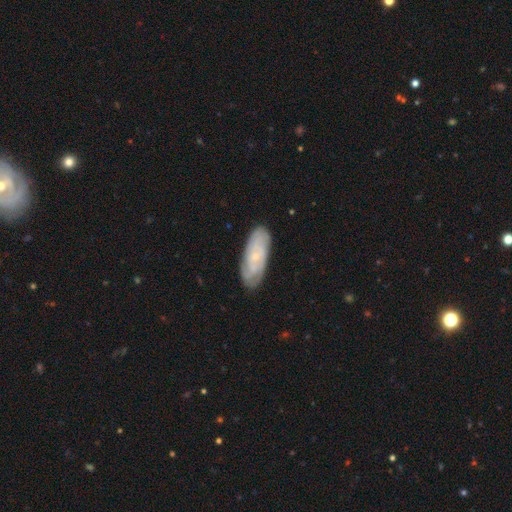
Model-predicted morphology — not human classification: A featured or disk galaxy (62%) with no bar (73%), spiral arms (85%) and a small central bulge (79%).

Vote fractions:
- Smooth or featured? featured or disk: 62% / smooth: 31% / star or artifact: 7%
- Edge-on disk? no: 89% / yes: 11%
- Bar? no: 73% / weak: 23% / strong: 5%
- Spiral arms? yes: 85% / no: 15%
- Bulge size? small: 79% / moderate: 14% / none: 5% / large: 1% / dominant: 1%
- Merging? none: 80% / minor disturbance: 16% / major disturbance: 3% / merger: 1%